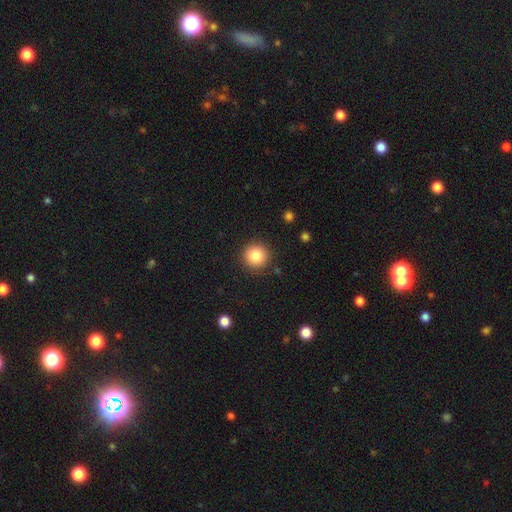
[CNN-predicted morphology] smooth-or-featured: smooth: 83% | star or artifact: 10% | featured or disk: 7%
  how-rounded: round: 95% | in between: 4% | cigar-shaped: 1%
  merging: none: 89% | minor disturbance: 7% | major disturbance: 2% | merger: 1%